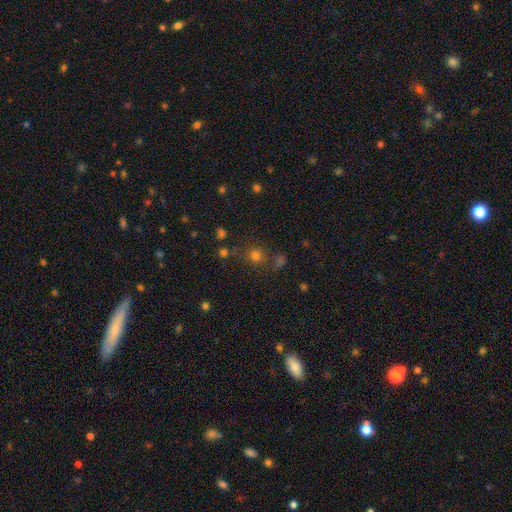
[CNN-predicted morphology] Smooth or featured? smooth (62%)
How rounded? round (90%)
Merging? none (74%)